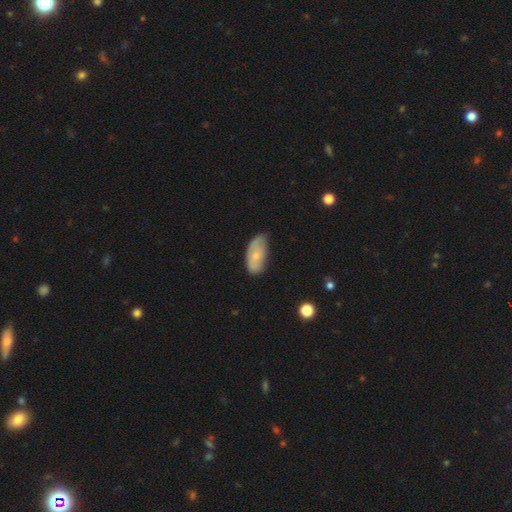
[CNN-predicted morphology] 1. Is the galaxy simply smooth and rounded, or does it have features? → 66% smooth, 27% featured or disk, 7% star or artifact.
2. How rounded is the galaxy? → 92% in between, 5% cigar-shaped, 3% round.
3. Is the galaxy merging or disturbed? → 56% none, 35% minor disturbance, 7% major disturbance, 2% merger.